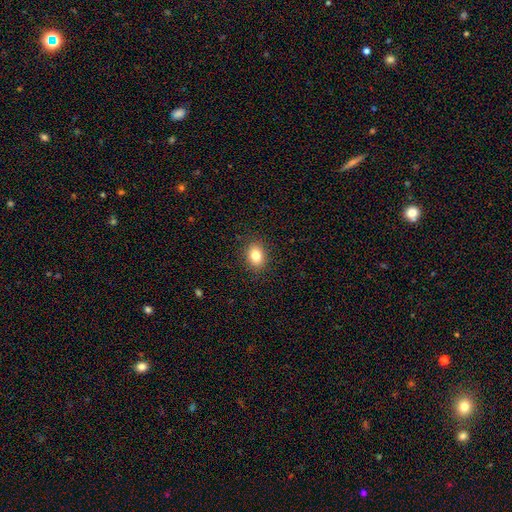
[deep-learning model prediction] Overall: smooth (83%). How rounded: in between (67%; round 32%). Merging: none (89%).